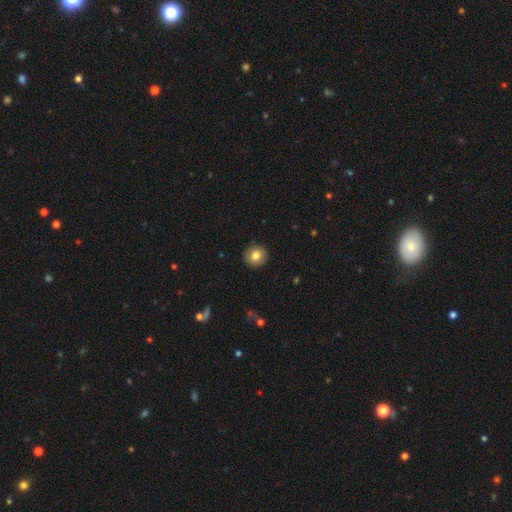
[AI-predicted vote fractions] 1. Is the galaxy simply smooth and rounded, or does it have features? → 81% smooth, 10% featured or disk, 9% star or artifact.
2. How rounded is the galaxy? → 90% round, 9% in between, 1% cigar-shaped.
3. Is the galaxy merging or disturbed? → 91% none, 6% minor disturbance, 2% major disturbance, 1% merger.